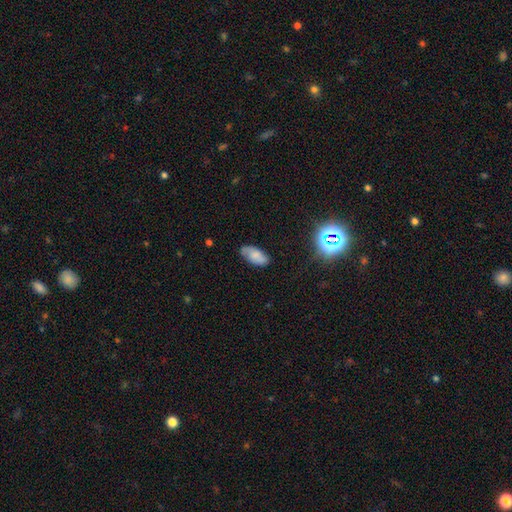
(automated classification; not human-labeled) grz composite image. It shows a smooth galaxy with no disk features (65%) that is in between round and cigar-shaped (91%). Merging: none (73%).